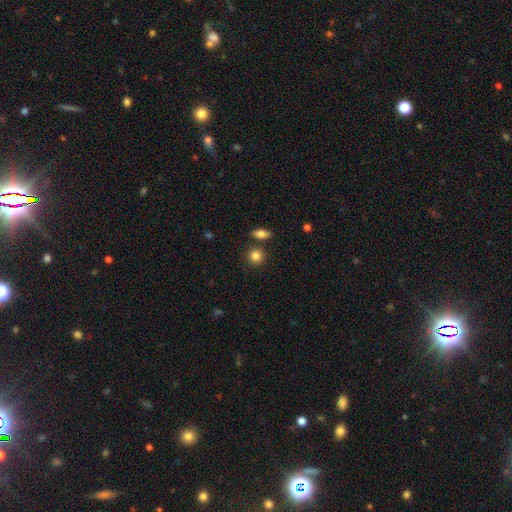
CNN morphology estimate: The model was most divided on "merging": none: 78%, merger: 10%, minor disturbance: 9%, major disturbance: 3%. More confident: how rounded — round (85%); smooth or featured — smooth (84%).